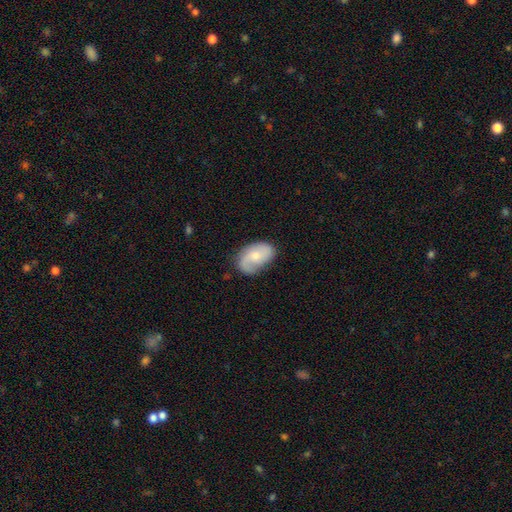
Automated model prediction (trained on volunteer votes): Smooth or featured?
  - featured or disk: 59% *
  - smooth: 35%
  - star or artifact: 6%
Edge-on disk?
  - no: 96% *
  - yes: 4%
Bar?
  - no: 65% *
  - weak: 30%
  - strong: 5%
Spiral arms?
  - yes: 88% *
  - no: 12%
Spiral winding?
  - medium: 40% *
  - loose: 36%
  - tight: 24%
Spiral arm count?
  - 2: 67% *
  - 1: 19%
  - can't tell: 10%
  - 3: 2%
  - 4: 1%
  - more than 4: 1%
Bulge size?
  - moderate: 49% *
  - small: 44%
  - none: 3%
  - large: 3%
  - dominant: 1%
Merging?
  - none: 67% *
  - minor disturbance: 23%
  - major disturbance: 8%
  - merger: 2%